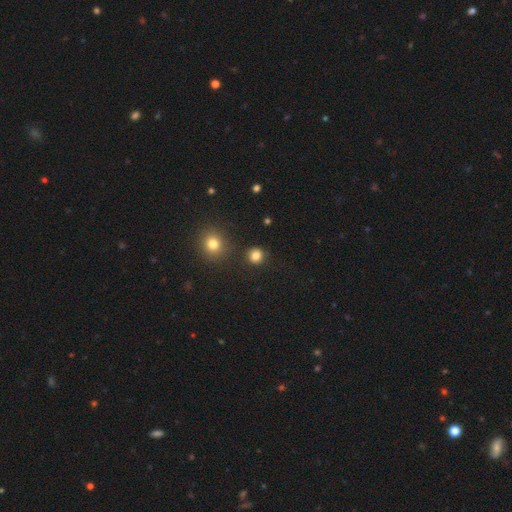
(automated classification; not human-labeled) smooth-or-featured: smooth: 83% | star or artifact: 13% | featured or disk: 4%
  how-rounded: round: 90% | in between: 9% | cigar-shaped: 1%
  merging: none: 88% | minor disturbance: 7% | merger: 3% | major disturbance: 2%